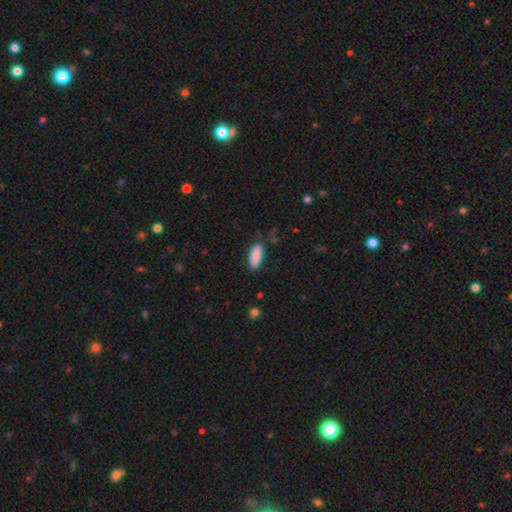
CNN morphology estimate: smooth 89%, star or artifact 6%, featured or disk 5%. Down the decision tree: how rounded — in between (63%); merging — none (81%).